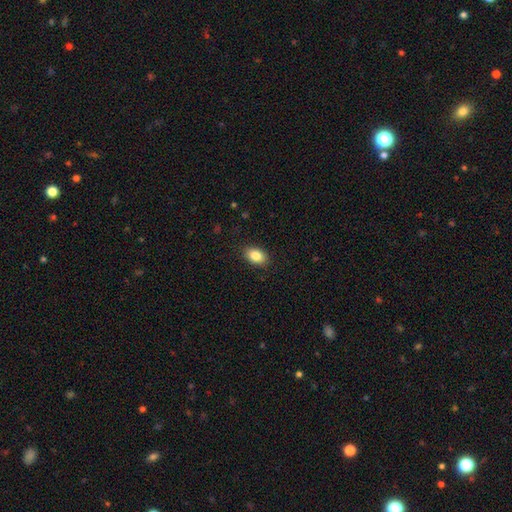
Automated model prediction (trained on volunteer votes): Q: Smooth or featured?
A: smooth (86%); runner-up: star or artifact (8%)
Q: How rounded?
A: in between (86%); runner-up: round (13%)
Q: Merging?
A: none (88%); runner-up: minor disturbance (9%)